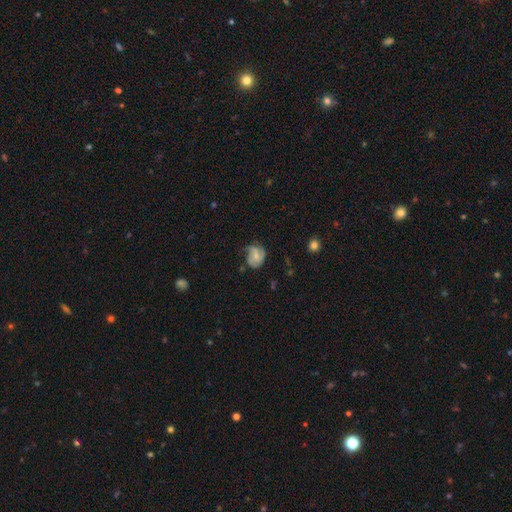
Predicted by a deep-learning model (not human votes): featured or disk 60%, smooth 32%, star or artifact 8%. Down the decision tree: edge-on disk — no (98%); bar — no (55%); spiral arms — yes (86%); spiral arm count — 2 (45%); spiral winding — medium (43%); bulge size — small (51%); merging — none (50%).